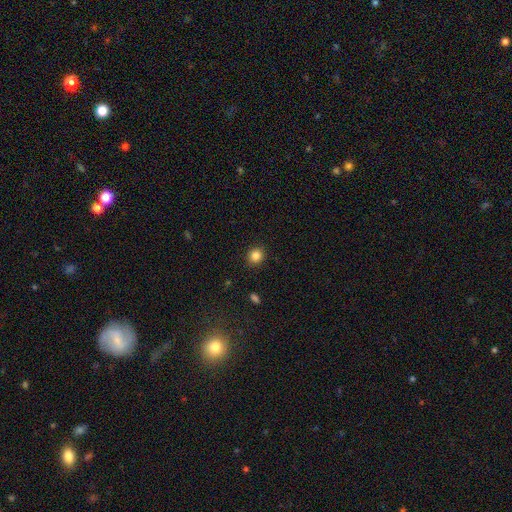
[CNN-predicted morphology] Overall: smooth (85%). How rounded: round (86%). Merging: none (91%).